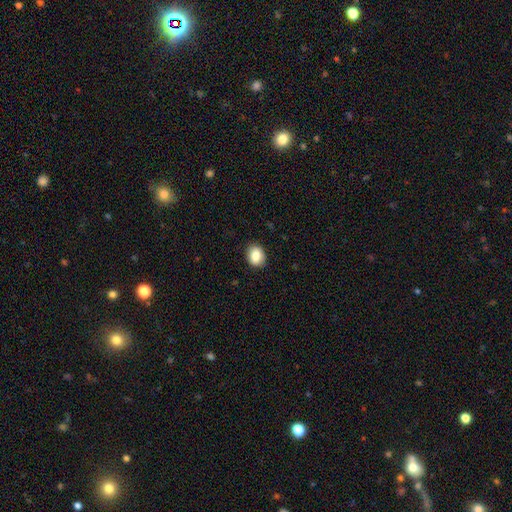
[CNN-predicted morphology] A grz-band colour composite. It shows a smooth galaxy with no disk features (86%) that is in between round and cigar-shaped (54%). Merging: none (89%).